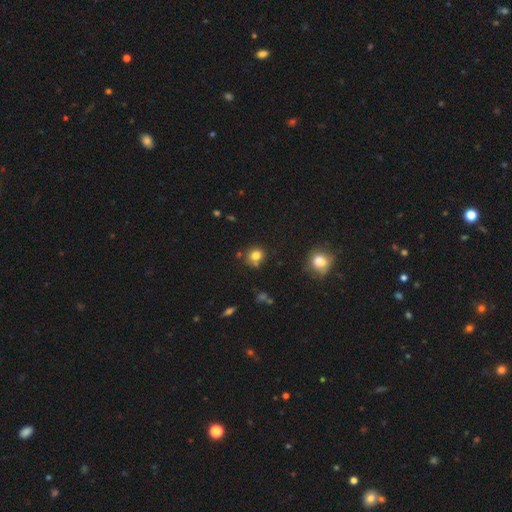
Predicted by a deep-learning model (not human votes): Morphology: type=smooth (79%); roundness=round (83%); merging=none (73%).